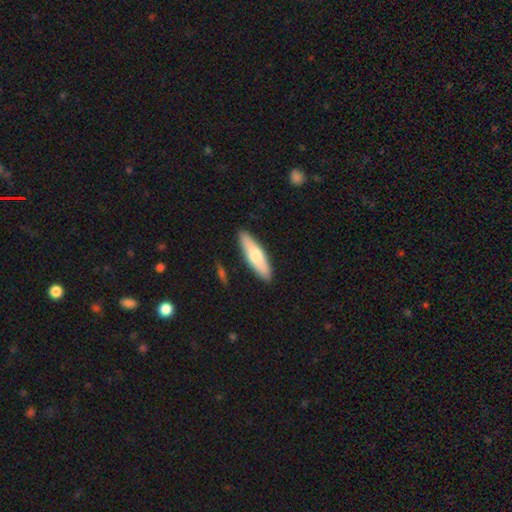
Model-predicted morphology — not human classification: smooth 66%, featured or disk 29%, star or artifact 5%. Down the decision tree: how rounded — cigar-shaped (63%); merging — none (89%).